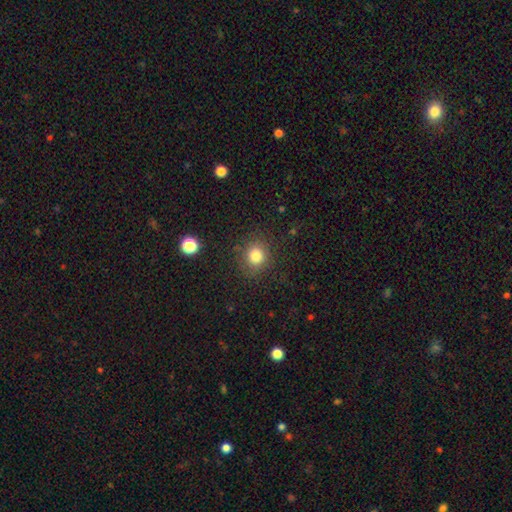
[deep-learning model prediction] This appears to be a smooth galaxy with no disk features (81%) that is round (81%). Merging: none (84%).